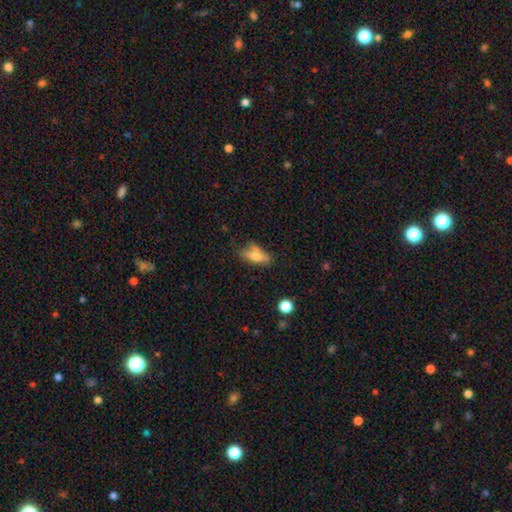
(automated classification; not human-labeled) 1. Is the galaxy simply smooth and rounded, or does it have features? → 62% smooth, 29% featured or disk, 10% star or artifact.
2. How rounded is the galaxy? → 67% in between, 28% cigar-shaped, 5% round.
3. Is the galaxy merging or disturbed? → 51% none, 27% minor disturbance, 13% major disturbance, 8% merger.